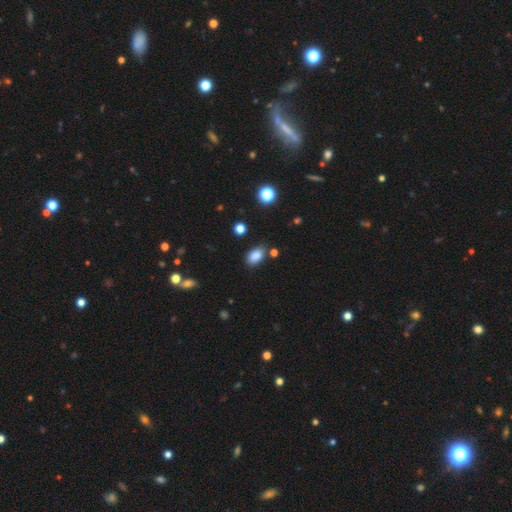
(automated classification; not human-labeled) smooth_or_featured: smooth (p=0.85) [alt: star or artifact p=0.10]
how_rounded: in between (p=0.89) [alt: round p=0.09]
merging: none (p=0.79) [alt: minor disturbance p=0.13]